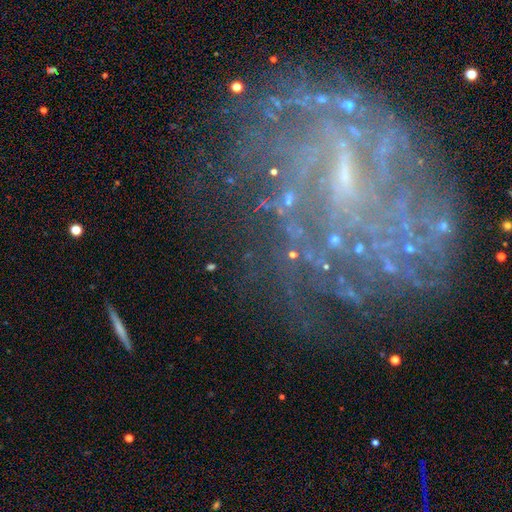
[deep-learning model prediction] Smooth or featured?
  - featured or disk: 79% *
  - star or artifact: 12%
  - smooth: 9%
Edge-on disk?
  - no: 97% *
  - yes: 3%
Bar?
  - weak: 50% *
  - no: 31%
  - strong: 19%
Spiral arms?
  - yes: 77% *
  - no: 23%
Spiral winding?
  - tight: 49% *
  - medium: 33%
  - loose: 19%
Spiral arm count?
  - can't tell: 53% *
  - 2: 11%
  - 4: 10%
  - 3: 9%
  - more than 4: 9%
  - 1: 6%
Bulge size?
  - small: 61% *
  - none: 25%
  - moderate: 12%
  - large: 1%
  - dominant: 1%
Merging?
  - none: 60% *
  - minor disturbance: 19%
  - major disturbance: 18%
  - merger: 3%